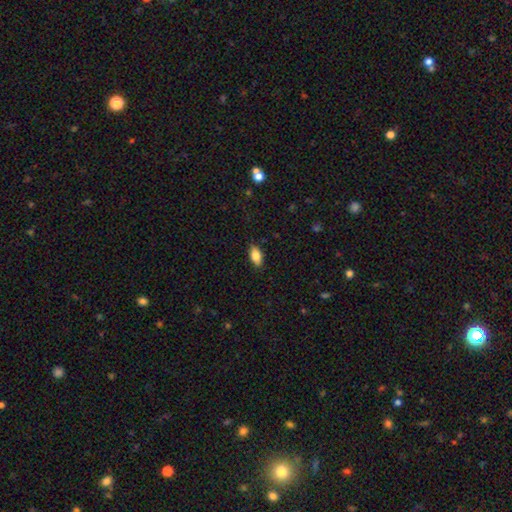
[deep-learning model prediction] Q: Smooth or featured?
A: smooth (80%); runner-up: featured or disk (13%)
Q: How rounded?
A: in between (88%); runner-up: cigar-shaped (8%)
Q: Merging?
A: none (86%); runner-up: minor disturbance (11%)